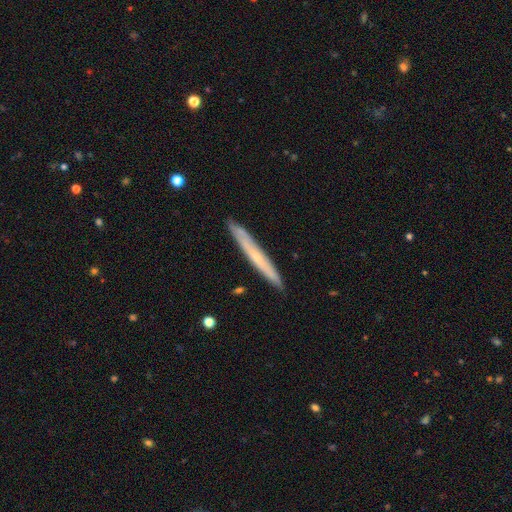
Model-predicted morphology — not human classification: This appears to be a featured or disk galaxy (48%). Merging: none (89%).